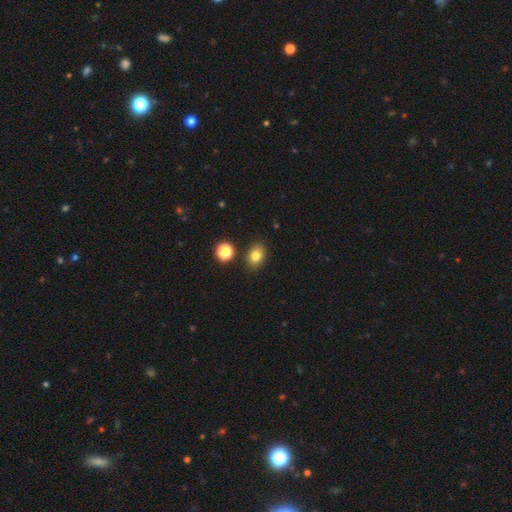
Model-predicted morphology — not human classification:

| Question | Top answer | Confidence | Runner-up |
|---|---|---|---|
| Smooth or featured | smooth | 80% | star or artifact (12%) |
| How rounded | in between | 66% | round (33%) |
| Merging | none | 84% | minor disturbance (10%) |